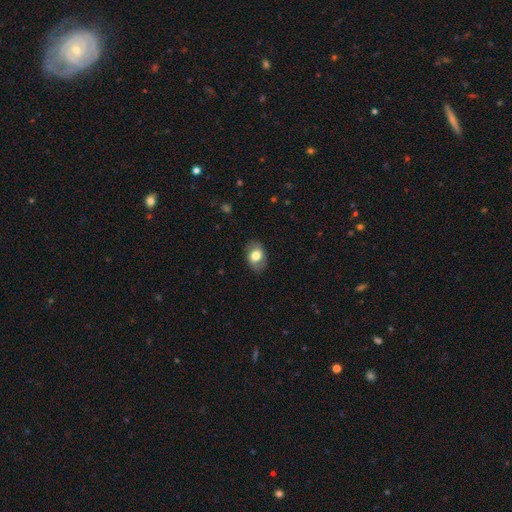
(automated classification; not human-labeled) Overall: smooth (69%). How rounded: in between (79%). Merging: none (81%).